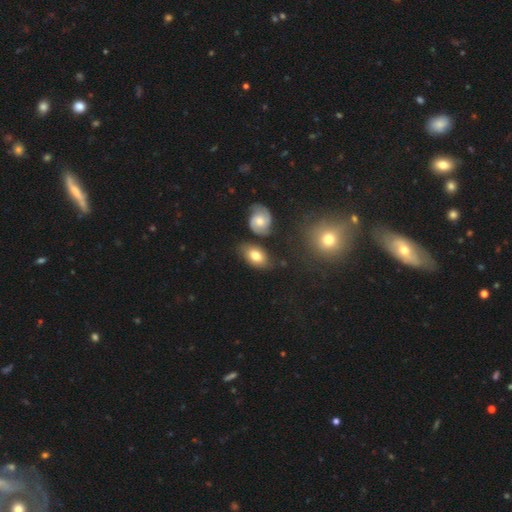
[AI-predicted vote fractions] Overall: smooth (71%). How rounded: in between (88%). Merging: none (68%).